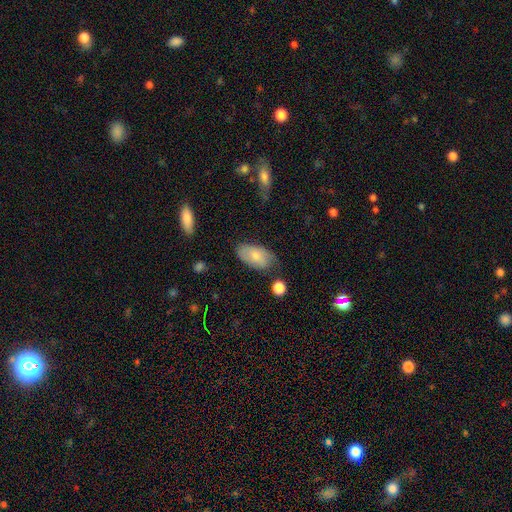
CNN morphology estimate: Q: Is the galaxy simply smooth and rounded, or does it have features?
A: smooth — 70%.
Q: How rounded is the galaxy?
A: in between — 94%.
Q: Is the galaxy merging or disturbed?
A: none — 66%.